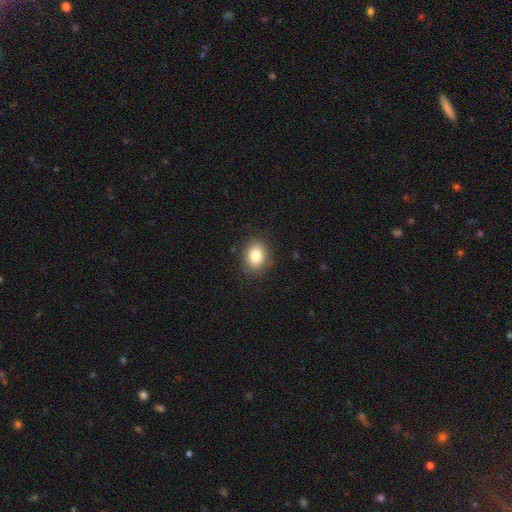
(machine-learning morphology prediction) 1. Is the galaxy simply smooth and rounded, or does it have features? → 83% smooth, 10% star or artifact, 7% featured or disk.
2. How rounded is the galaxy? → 53% in between, 46% round, 1% cigar-shaped.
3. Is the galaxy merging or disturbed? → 87% none, 10% minor disturbance, 3% major disturbance, 1% merger.